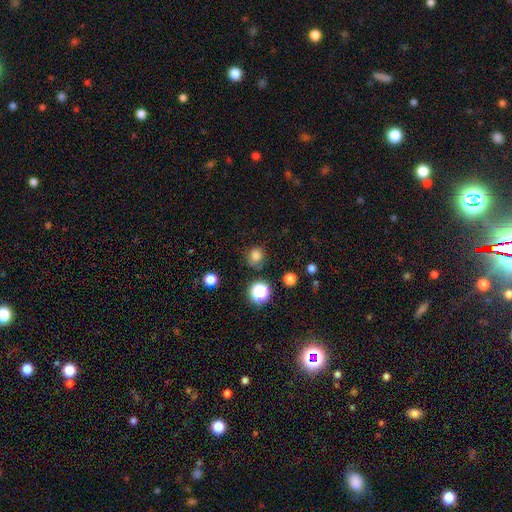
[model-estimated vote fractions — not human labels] Smooth or featured? Predicted: smooth (p=0.78). How rounded? Predicted: round (p=0.81). Merging? Predicted: none (p=0.76).